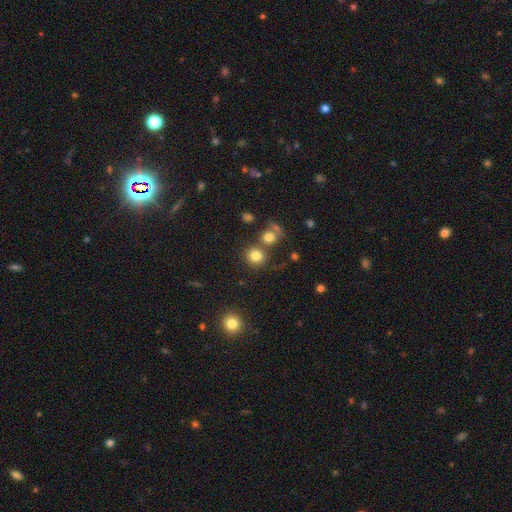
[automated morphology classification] A smooth galaxy with no disk features (80%) that is round (86%). Merging: none (68%).